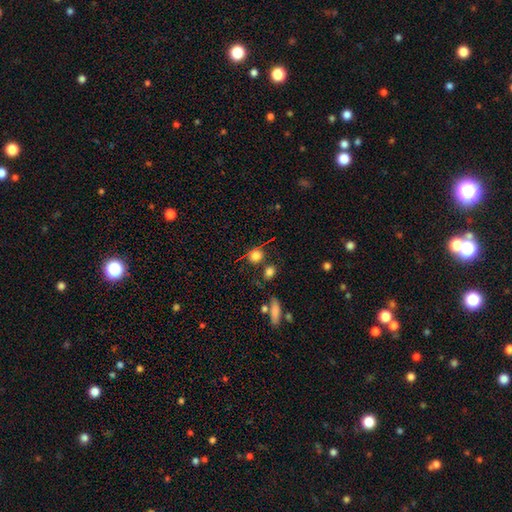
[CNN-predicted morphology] This appears to be a smooth galaxy with no disk features (79%) that is round (80%). Merging: none (68%).